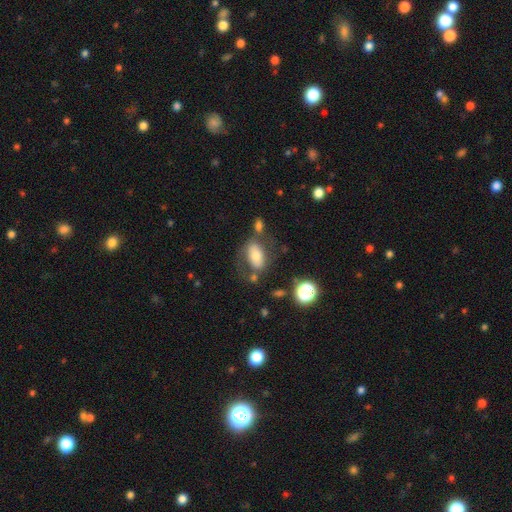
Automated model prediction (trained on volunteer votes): Morphology: type=smooth (61%); roundness=in between (88%); merging=none (51%).